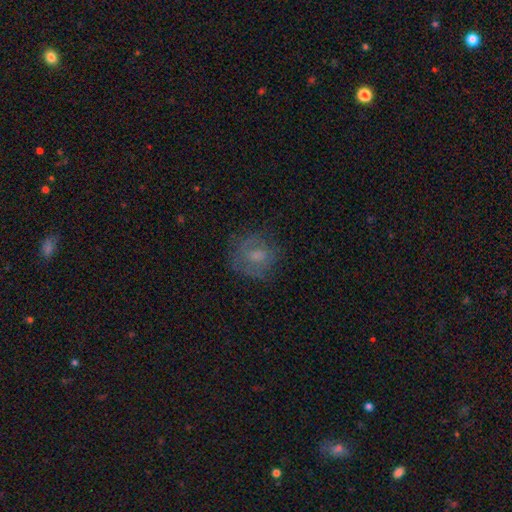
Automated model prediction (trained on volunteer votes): Smooth or featured? Predicted: smooth (p=0.52). How rounded? Predicted: round (p=0.80). Merging? Predicted: none (p=0.67).